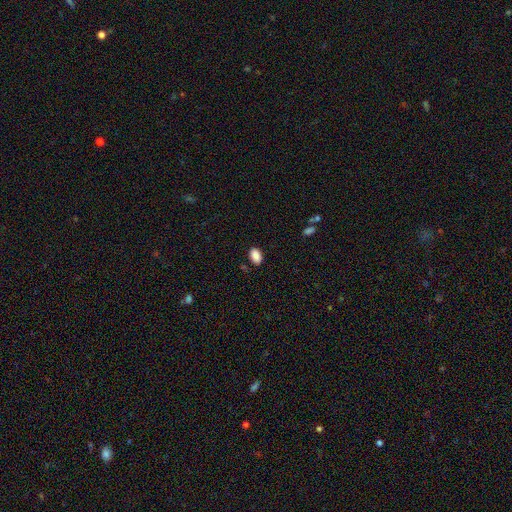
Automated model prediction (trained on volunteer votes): Q: Smooth or featured?
A: smooth (89%); runner-up: star or artifact (8%)
Q: How rounded?
A: in between (91%); runner-up: round (8%)
Q: Merging?
A: none (84%); runner-up: minor disturbance (12%)